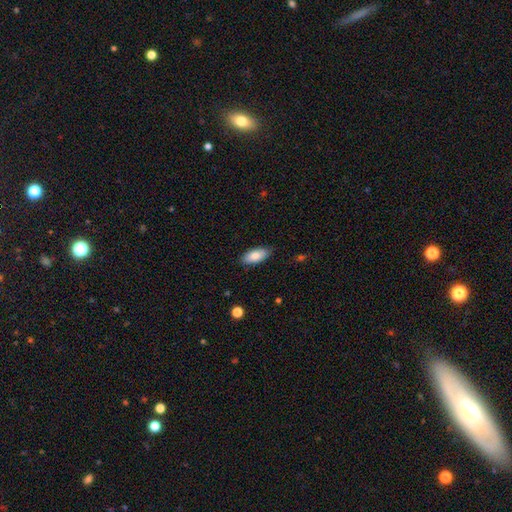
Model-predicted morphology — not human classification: smooth 85%, featured or disk 9%, star or artifact 6%. Down the decision tree: how rounded — in between (88%); merging — none (85%).